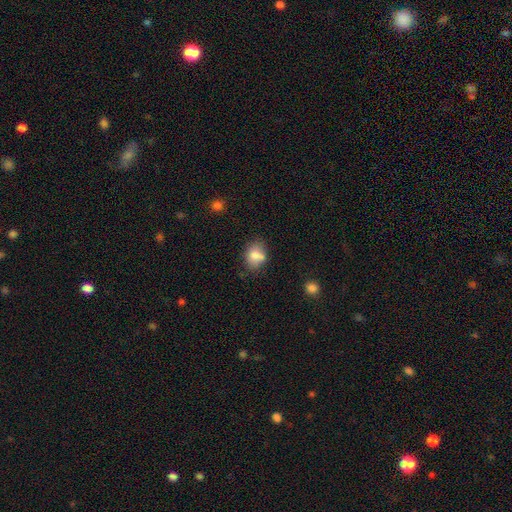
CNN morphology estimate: A smooth galaxy with no disk features (79%) that is in between round and cigar-shaped (58%).

Vote fractions:
- Smooth or featured? smooth: 79% / featured or disk: 12% / star or artifact: 9%
- How rounded? in between: 58% / round: 41% / cigar-shaped: 1%
- Merging? none: 56% / minor disturbance: 21% / merger: 18% / major disturbance: 5%